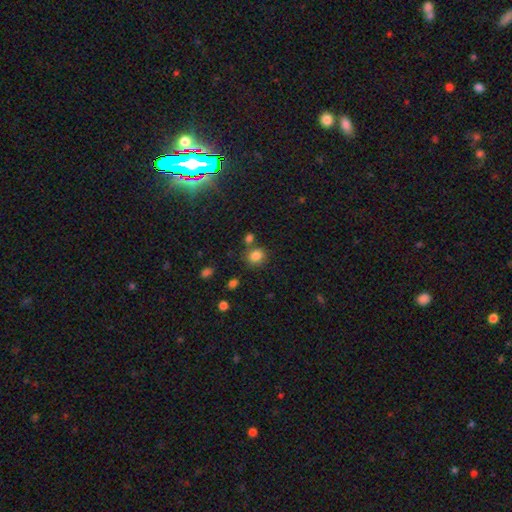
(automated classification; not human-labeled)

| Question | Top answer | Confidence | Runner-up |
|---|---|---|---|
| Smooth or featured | smooth | 83% | star or artifact (11%) |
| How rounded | round | 68% | in between (31%) |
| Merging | none | 70% | merger (14%) |